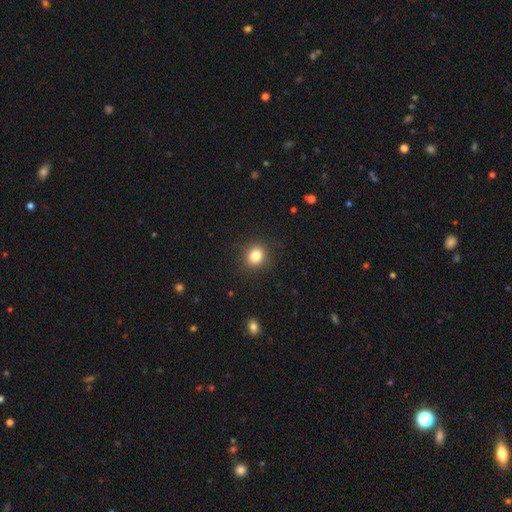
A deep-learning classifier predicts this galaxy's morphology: Smooth or featured? smooth (83%)
How rounded? round (75%)
Merging? none (89%)